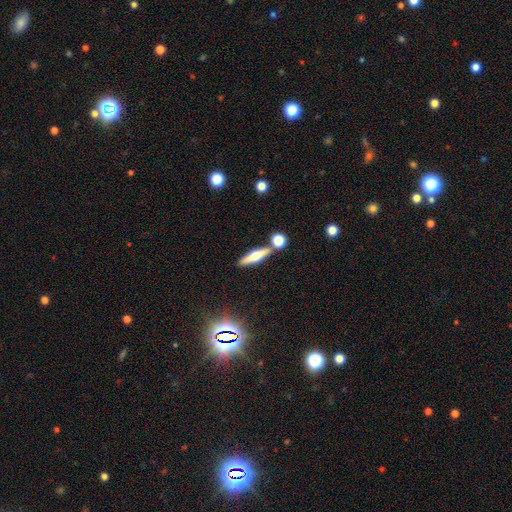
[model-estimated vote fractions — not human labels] Smooth or featured: featured or disk — 53% (smooth — 38%)
Edge-on disk: yes — 93% (no — 7%)
Merging: none — 78% (merger — 11%)